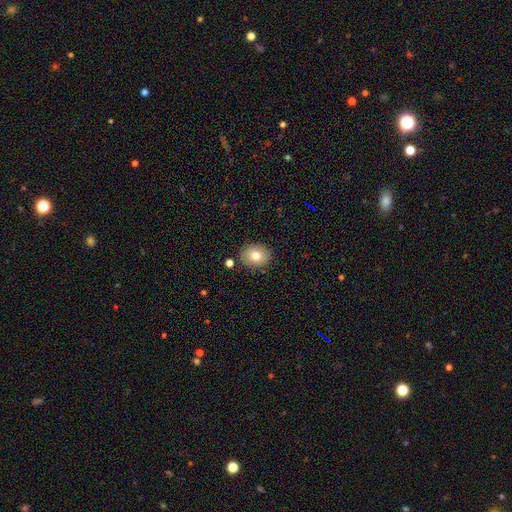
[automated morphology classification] type=smooth (78%); roundness=round (58%); merging=none (85%).